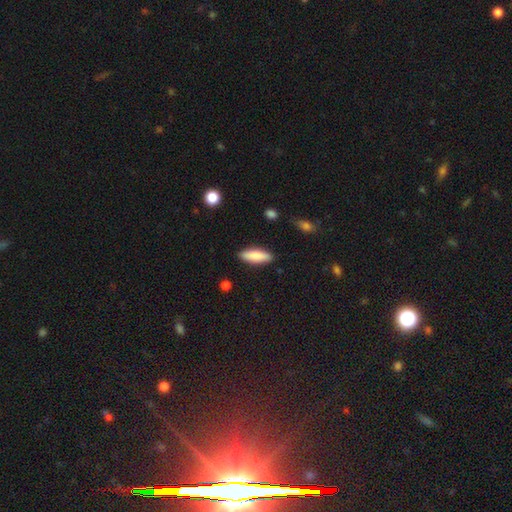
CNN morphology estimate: Smooth or featured? smooth (85%)
How rounded? in between (53%)
Merging? none (88%)